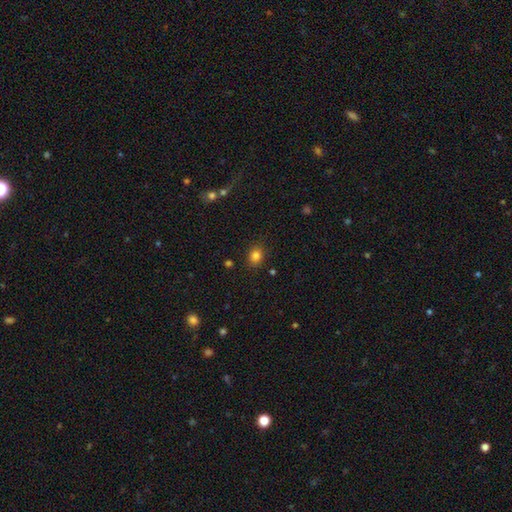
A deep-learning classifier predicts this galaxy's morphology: Smooth or featured? Predicted: smooth (p=0.83). How rounded? Predicted: round (p=0.52). Merging? Predicted: none (p=0.86).